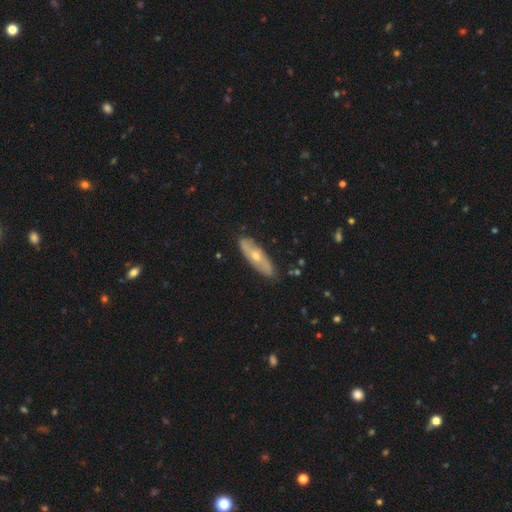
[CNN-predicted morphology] Smooth or featured?
  - featured or disk: 56% *
  - smooth: 38%
  - star or artifact: 6%
Edge-on disk?
  - no: 60% *
  - yes: 40%
Merging?
  - none: 84% *
  - minor disturbance: 12%
  - major disturbance: 2%
  - merger: 1%